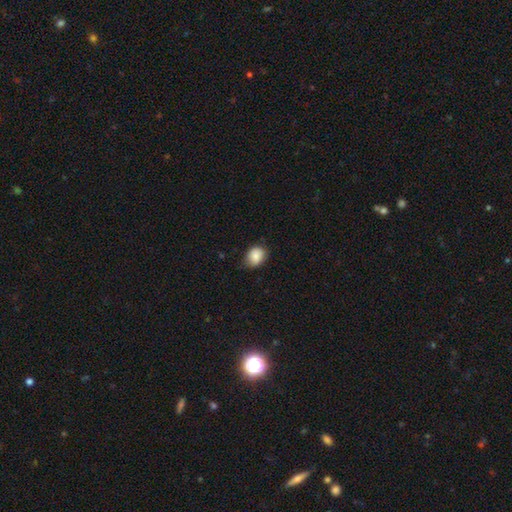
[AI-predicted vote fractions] smooth_or_featured: smooth (p=0.85) [alt: star or artifact p=0.08]
how_rounded: in between (p=0.50) [alt: round p=0.49]
merging: none (p=0.66) [alt: minor disturbance p=0.28]